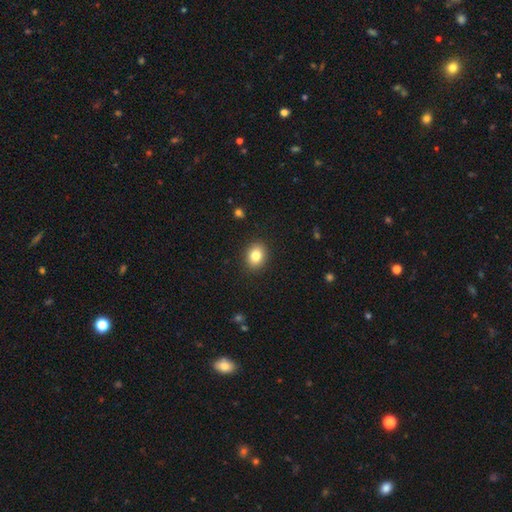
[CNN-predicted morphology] This is clearly a smooth galaxy (83%). How rounded: possibly in between (52%). Merging: clearly none (90%).